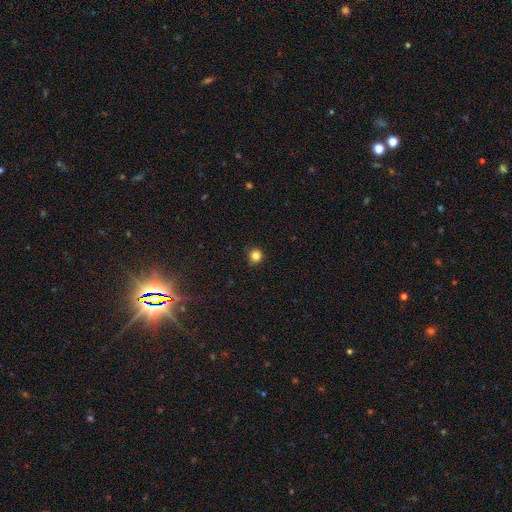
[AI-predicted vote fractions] This is clearly a smooth galaxy (84%). How rounded: clearly round (91%). Merging: clearly none (88%).